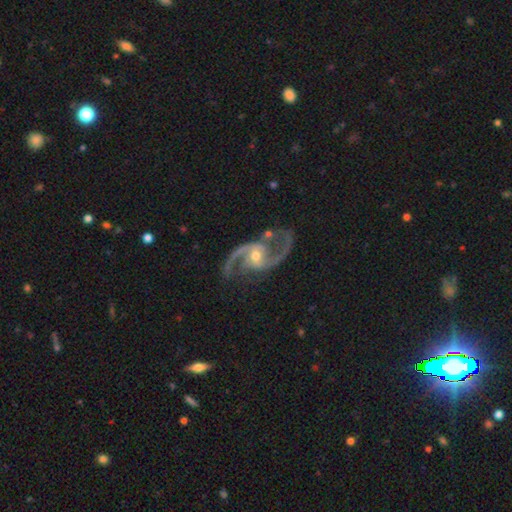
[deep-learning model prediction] Morphology: type=featured or disk (93%); edge-on=no (98%); bar=no (50%); spiral arms=yes (98%); winding=medium (49%); arm count=2 (94%); bulge=moderate (51%); merging=none (77%).